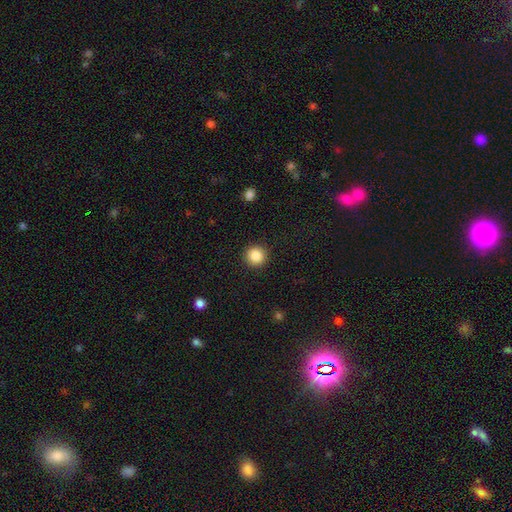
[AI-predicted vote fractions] Morphology: type=smooth (86%); roundness=round (95%); merging=none (92%).